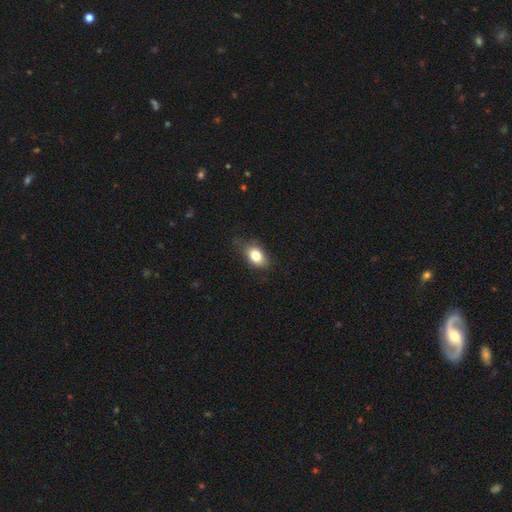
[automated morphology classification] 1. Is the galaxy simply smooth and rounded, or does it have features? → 79% smooth, 12% featured or disk, 9% star or artifact.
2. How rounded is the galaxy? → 78% in between, 20% round, 2% cigar-shaped.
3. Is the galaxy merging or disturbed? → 69% none, 24% minor disturbance, 6% major disturbance, 1% merger.